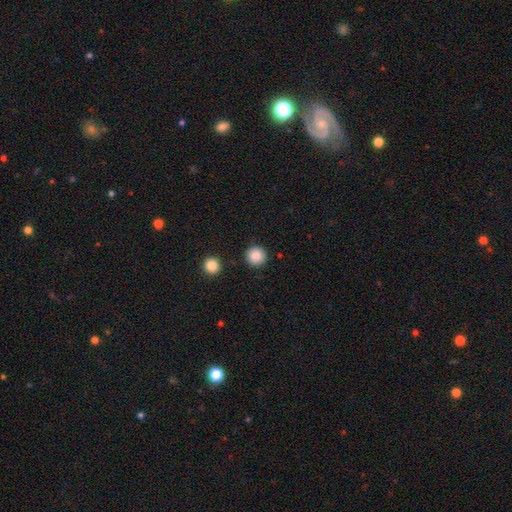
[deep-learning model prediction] Q: Smooth or featured?
A: smooth (88%); runner-up: star or artifact (9%)
Q: How rounded?
A: round (95%); runner-up: in between (4%)
Q: Merging?
A: none (90%); runner-up: minor disturbance (6%)